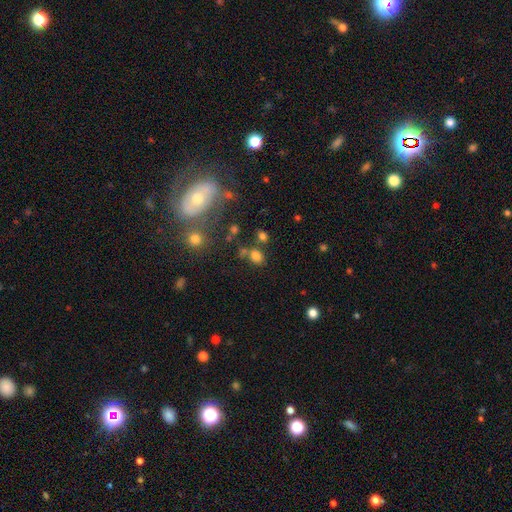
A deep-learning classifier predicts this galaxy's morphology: This appears to be a smooth galaxy with no disk features (75%) that is in between round and cigar-shaped (62%). Merging: none (63%).